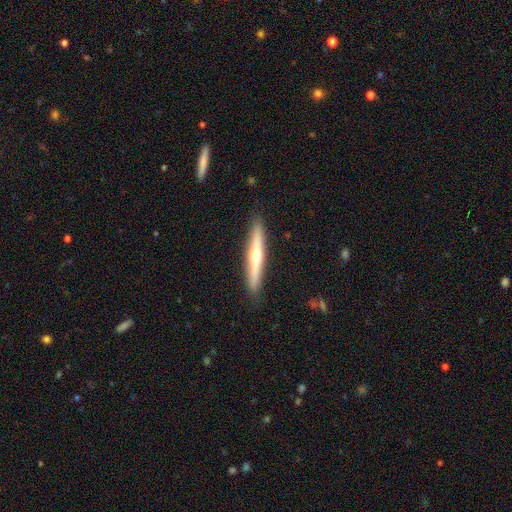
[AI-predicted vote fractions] Smooth or featured: featured or disk — 59% (smooth — 36%)
Edge-on disk: yes — 95% (no — 5%)
Edge-on bulge: rounded — 89% (none — 9%)
Merging: none — 90% (minor disturbance — 7%)